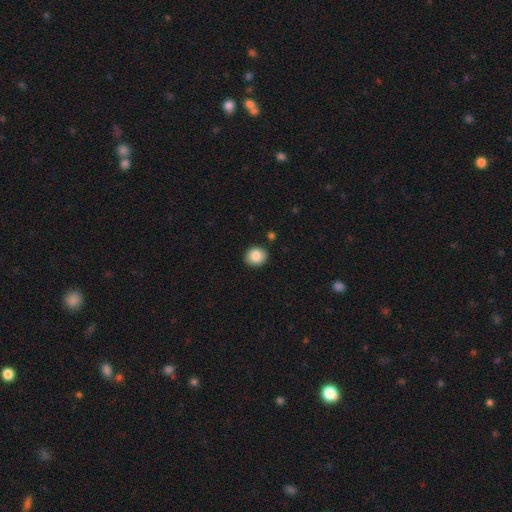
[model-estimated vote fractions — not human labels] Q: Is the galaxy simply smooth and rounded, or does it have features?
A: smooth — 86%.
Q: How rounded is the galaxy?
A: round — 75%.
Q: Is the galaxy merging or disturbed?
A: none — 89%.